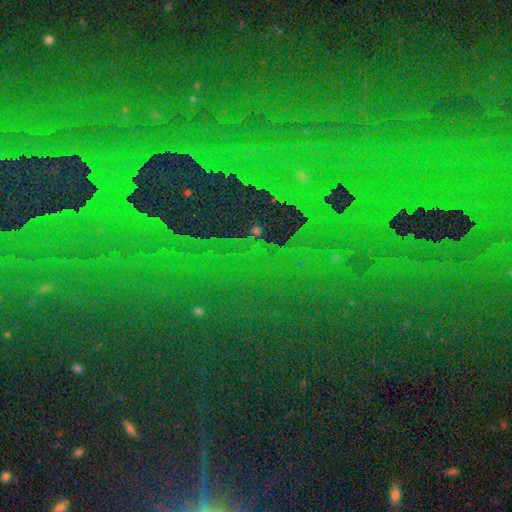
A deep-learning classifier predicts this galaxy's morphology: A star or artifact, not a galaxy (85%).

Vote fractions:
- Smooth or featured? star or artifact: 85% / smooth: 8% / featured or disk: 7%